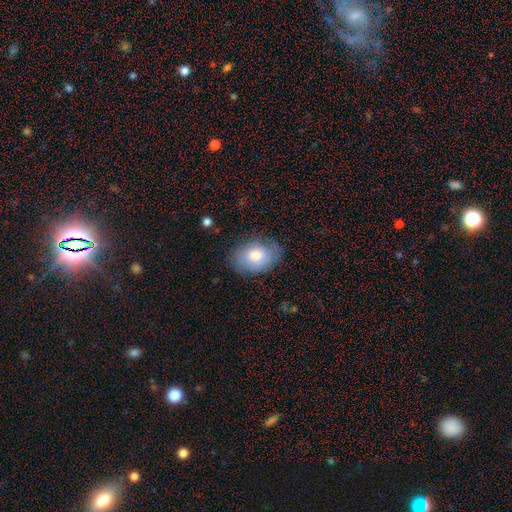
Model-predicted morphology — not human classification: This is likely a smooth galaxy (72%). How rounded: likely in between (75%). Merging: likely none (78%).